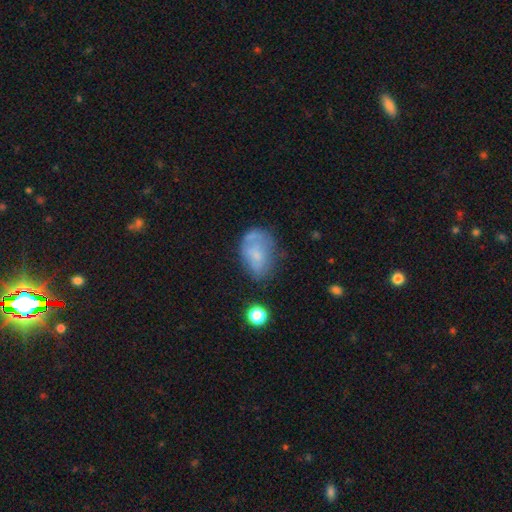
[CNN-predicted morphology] Smooth or featured? Predicted: smooth (p=0.56). How rounded? Predicted: in between (p=0.81). Merging? Predicted: none (p=0.44).